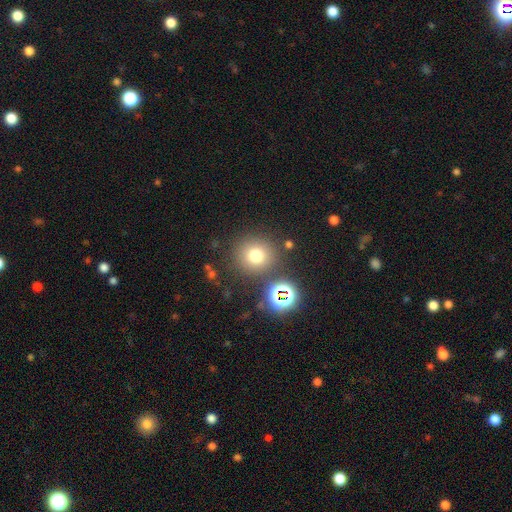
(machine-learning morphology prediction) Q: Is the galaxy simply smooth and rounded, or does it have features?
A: smooth — 72%.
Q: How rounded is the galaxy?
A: round — 92%.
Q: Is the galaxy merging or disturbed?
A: none — 81%.